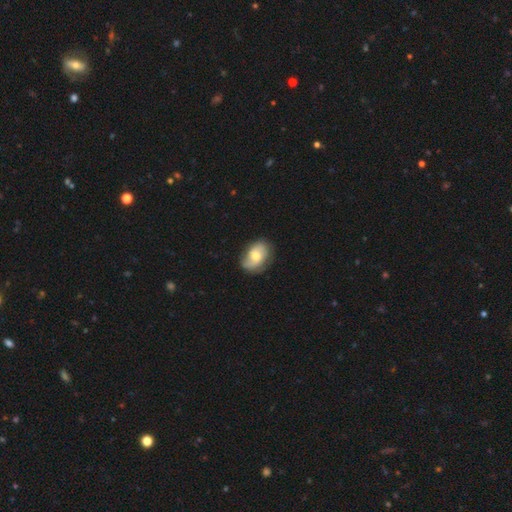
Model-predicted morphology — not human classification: This is possibly a featured or disk galaxy (53%). It is clearly not viewed edge-on (96%). Bar: likely no (70%). Spiral arm pattern: clearly yes (81%). Central bulge: possibly moderate (59%). Merging: likely none (69%).